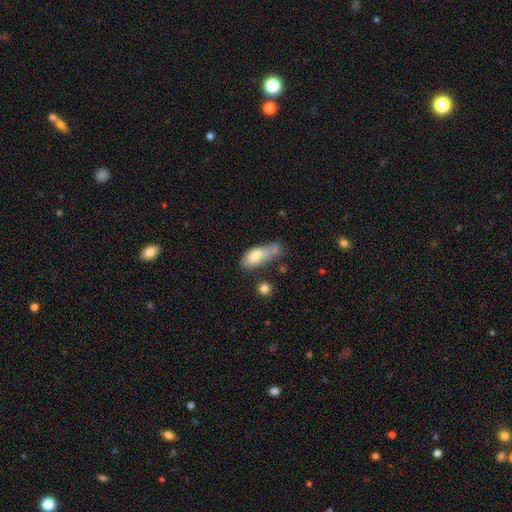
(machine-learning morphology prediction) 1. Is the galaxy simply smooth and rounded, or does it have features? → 69% smooth, 24% featured or disk, 8% star or artifact.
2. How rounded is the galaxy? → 75% in between, 22% cigar-shaped, 3% round.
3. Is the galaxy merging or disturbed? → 30% minor disturbance, 27% none, 22% major disturbance, 21% merger.